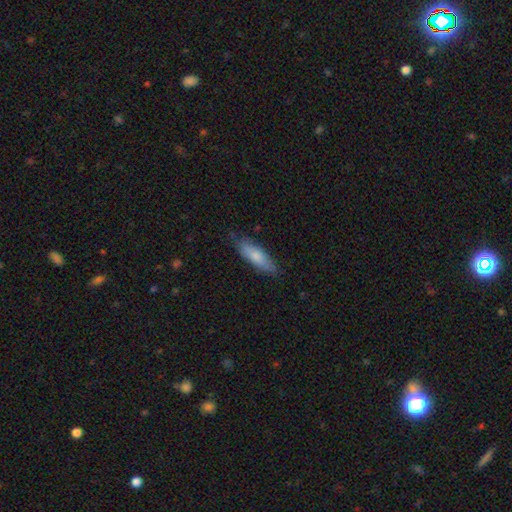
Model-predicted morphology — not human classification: A smooth galaxy with no disk features (77%) that is cigar-shaped (52%).

Vote fractions:
- Smooth or featured? smooth: 77% / featured or disk: 18% / star or artifact: 6%
- How rounded? cigar-shaped: 52% / in between: 46% / round: 2%
- Merging? none: 77% / minor disturbance: 18% / major disturbance: 3% / merger: 1%